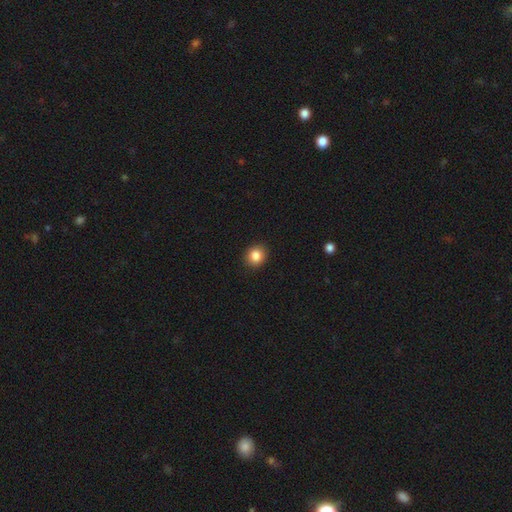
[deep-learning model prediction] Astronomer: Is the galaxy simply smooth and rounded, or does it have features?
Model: smooth — 85%.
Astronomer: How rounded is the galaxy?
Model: round — 79%.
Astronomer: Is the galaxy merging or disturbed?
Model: none — 91%.